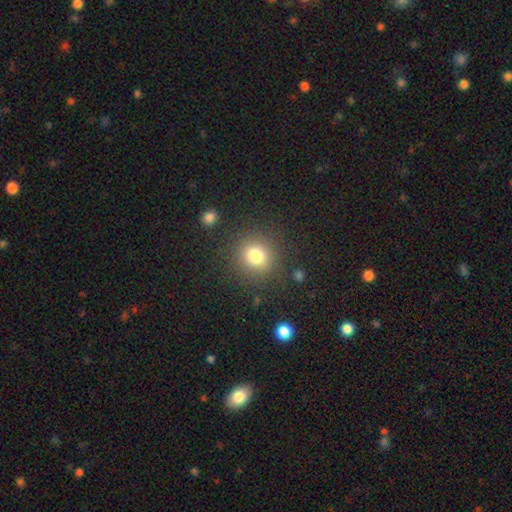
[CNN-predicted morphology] smooth 79%, star or artifact 13%, featured or disk 8%. Down the decision tree: how rounded — round (89%); merging — none (85%).